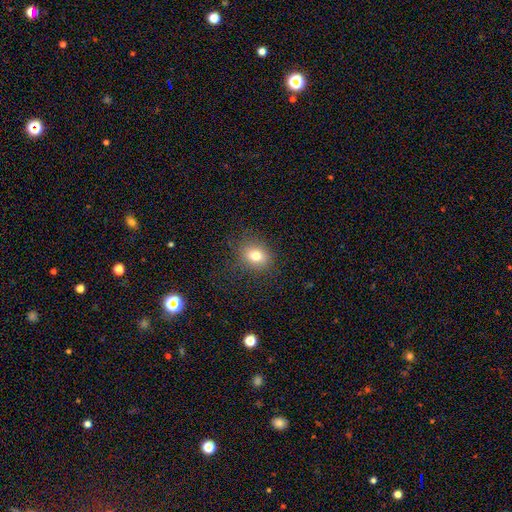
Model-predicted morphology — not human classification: Smooth or featured: smooth — 77% (star or artifact — 14%)
How rounded: round — 58% (in between — 41%)
Merging: none — 84% (minor disturbance — 11%)